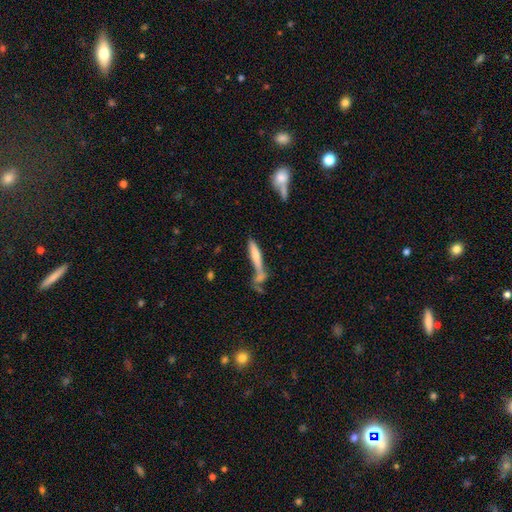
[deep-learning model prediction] Smooth or featured: smooth — 60% (featured or disk — 32%)
How rounded: cigar-shaped — 85% (in between — 13%)
Merging: none — 43% (merger — 35%)